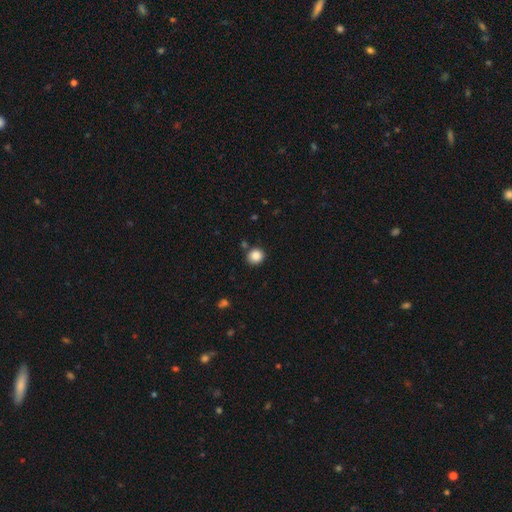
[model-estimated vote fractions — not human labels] smooth 87%, star or artifact 10%, featured or disk 3%. Down the decision tree: how rounded — round (88%); merging — none (84%).